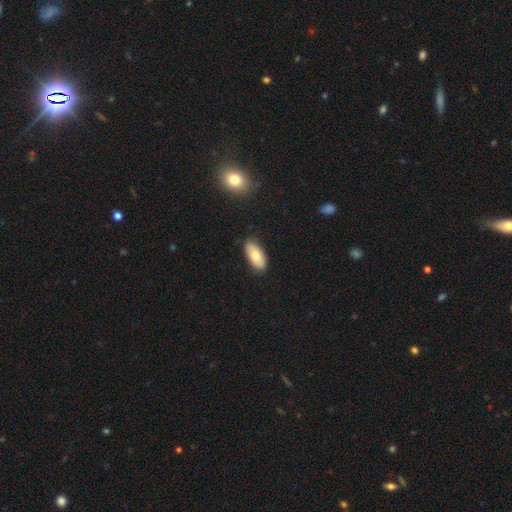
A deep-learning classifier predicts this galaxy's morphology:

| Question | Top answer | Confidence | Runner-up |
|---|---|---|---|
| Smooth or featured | smooth | 76% | featured or disk (18%) |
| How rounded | in between | 91% | cigar-shaped (7%) |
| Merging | none | 86% | minor disturbance (11%) |